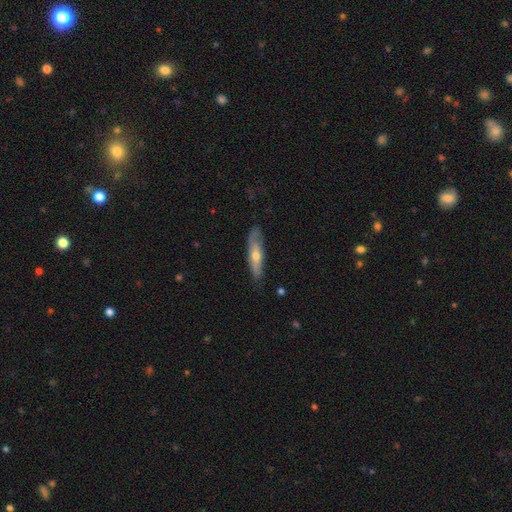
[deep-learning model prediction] The model was most divided on "smooth or featured": featured or disk: 48%, smooth: 46%, star or artifact: 6%. More confident: merging — none (76%).